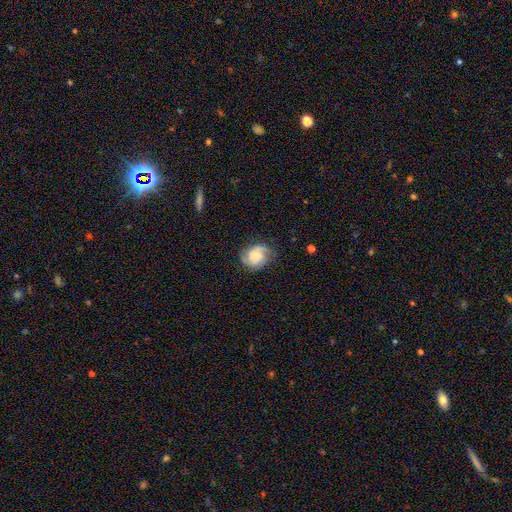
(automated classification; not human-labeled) Morphology: type=featured or disk (67%); edge-on=no (98%); bar=no (57%); spiral arms=yes (94%); winding=tight (43%, tied with medium); arm count=2 (69%); bulge=small (43%); merging=none (73%).